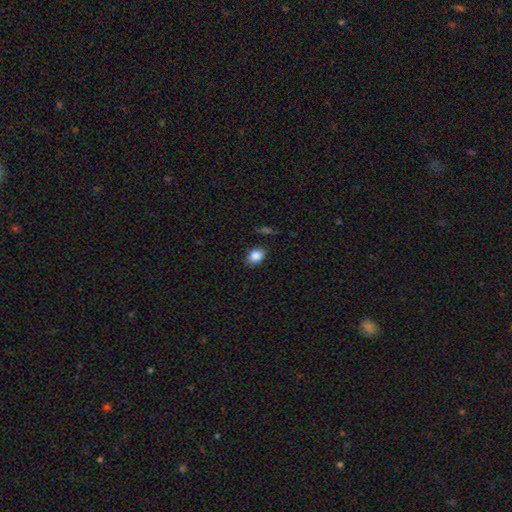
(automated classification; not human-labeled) Morphology: type=smooth (86%); roundness=in between (68%); merging=none (83%).